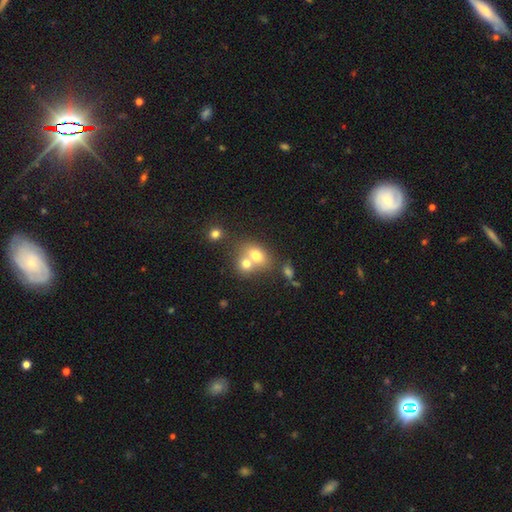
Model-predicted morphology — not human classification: Overall: smooth (71%). How rounded: in between (55%; round 44%). Merging: merger (59%; none 30%).